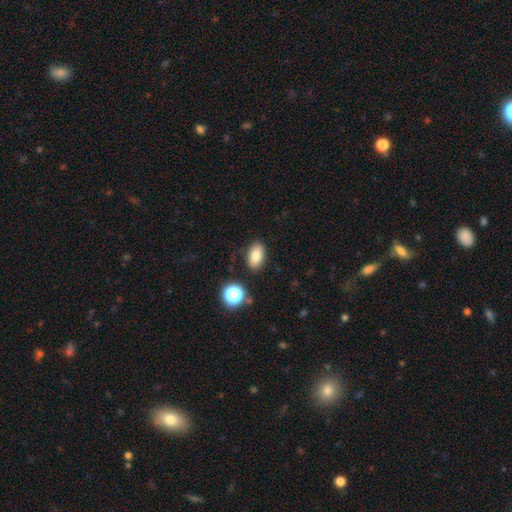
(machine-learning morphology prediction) A smooth galaxy with no disk features (82%) that is in between round and cigar-shaped (89%). Merging: none (85%).